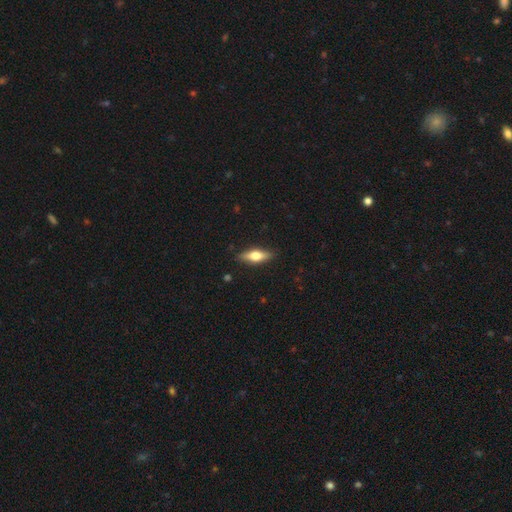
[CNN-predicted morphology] The model was most divided on "how rounded": in between: 52%, cigar-shaped: 45%, round: 3%. More confident: merging — none (87%); smooth or featured — smooth (52%).